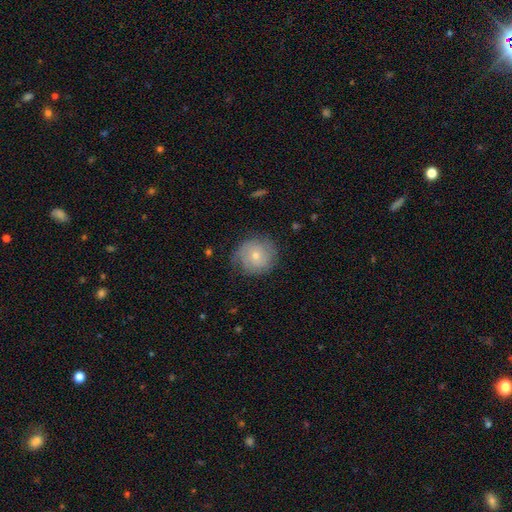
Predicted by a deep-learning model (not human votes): Smooth or featured: smooth — 47% (featured or disk — 46%)
Merging: none — 71% (minor disturbance — 20%)